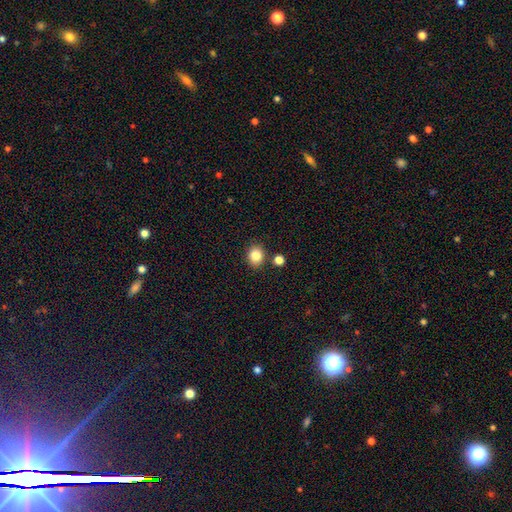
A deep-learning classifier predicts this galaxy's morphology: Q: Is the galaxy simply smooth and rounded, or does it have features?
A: smooth — 84%.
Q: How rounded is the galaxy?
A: round — 73%.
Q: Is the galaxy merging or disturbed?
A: none — 83%.